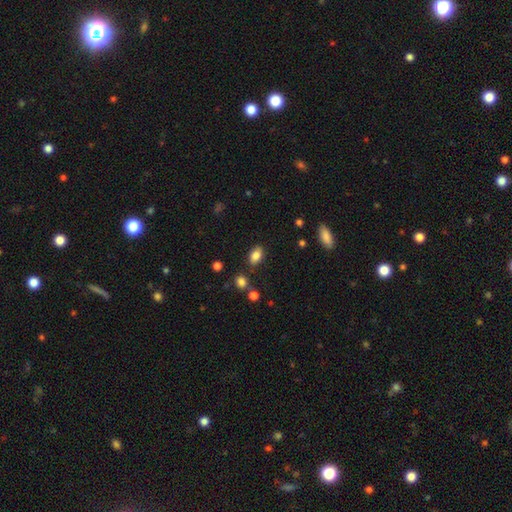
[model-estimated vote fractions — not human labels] A smooth galaxy with no disk features (84%) that is in between round and cigar-shaped (88%).

Vote fractions:
- Smooth or featured? smooth: 84% / star or artifact: 9% / featured or disk: 7%
- How rounded? in between: 88% / round: 10% / cigar-shaped: 2%
- Merging? none: 82% / minor disturbance: 12% / merger: 3% / major disturbance: 3%